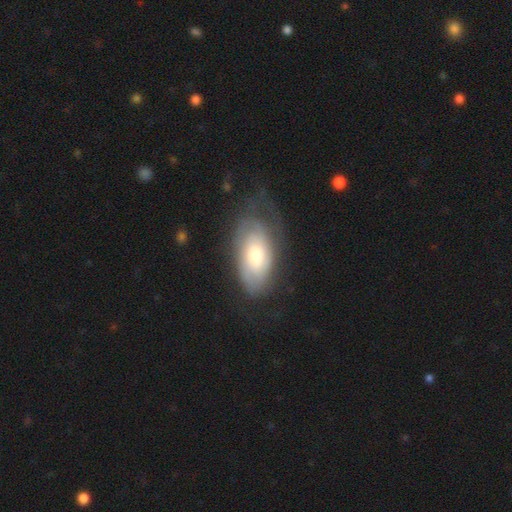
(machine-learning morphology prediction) This is possibly a smooth galaxy (49%). Merging: possibly none (52%).